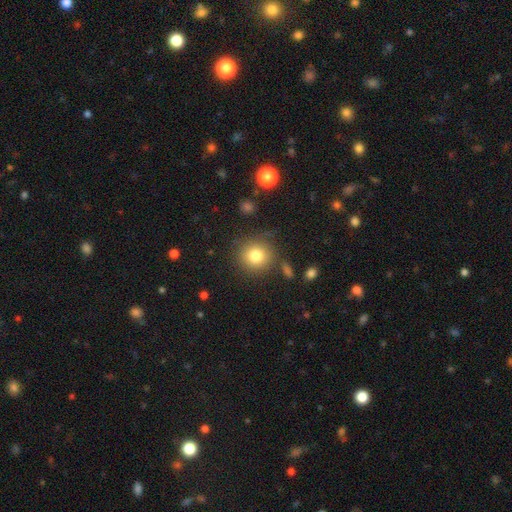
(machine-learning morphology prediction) type=smooth (81%); roundness=round (90%); merging=none (81%).